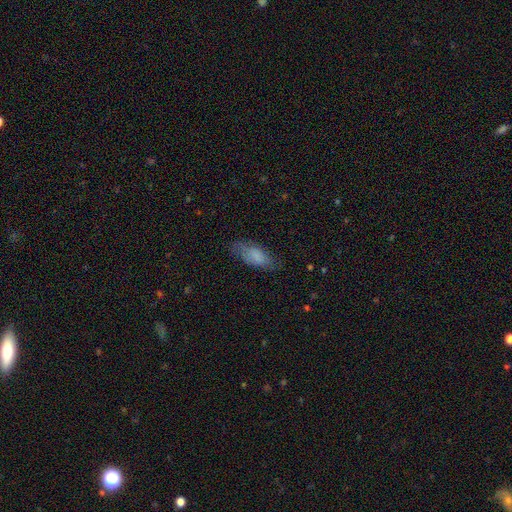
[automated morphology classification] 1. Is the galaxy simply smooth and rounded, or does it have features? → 76% smooth, 16% featured or disk, 8% star or artifact.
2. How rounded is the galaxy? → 79% in between, 19% cigar-shaped, 2% round.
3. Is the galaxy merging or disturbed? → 65% none, 25% minor disturbance, 9% major disturbance, 1% merger.